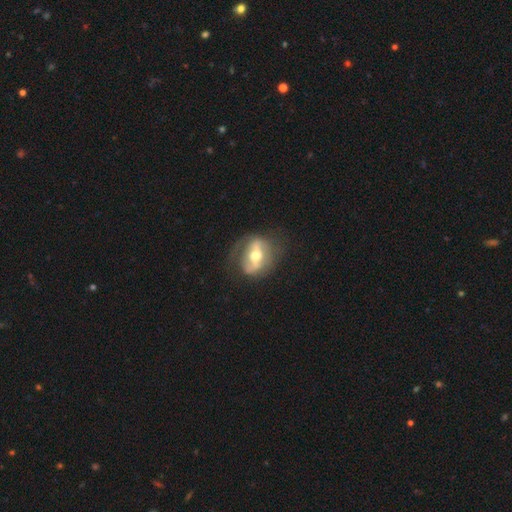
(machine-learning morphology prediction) A featured or disk galaxy (71%) with a strong bar (63%), no spiral arms (60%) and a moderate central bulge (72%).

Vote fractions:
- Smooth or featured? featured or disk: 71% / smooth: 23% / star or artifact: 6%
- Edge-on disk? no: 82% / yes: 18%
- Bar? strong: 63% / weak: 22% / no: 15%
- Spiral arms? no: 60% / yes: 40%
- Bulge size? moderate: 72% / small: 13% / large: 12% / dominant: 1% / none: 1%
- Merging? none: 67% / minor disturbance: 18% / major disturbance: 13% / merger: 2%